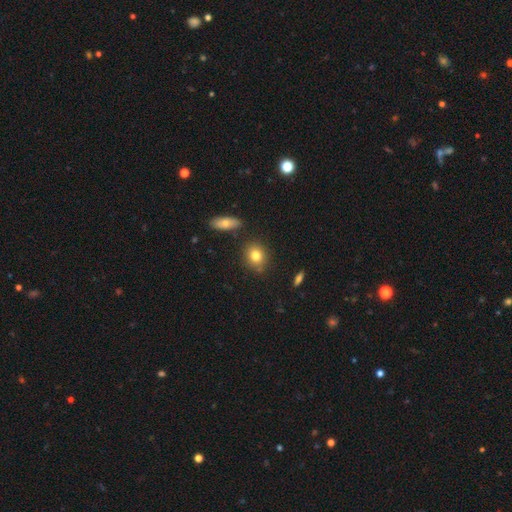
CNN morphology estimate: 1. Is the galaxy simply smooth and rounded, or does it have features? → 80% smooth, 10% featured or disk, 10% star or artifact.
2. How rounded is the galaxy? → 64% round, 34% in between, 2% cigar-shaped.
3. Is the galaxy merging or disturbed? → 81% none, 10% minor disturbance, 6% merger, 3% major disturbance.